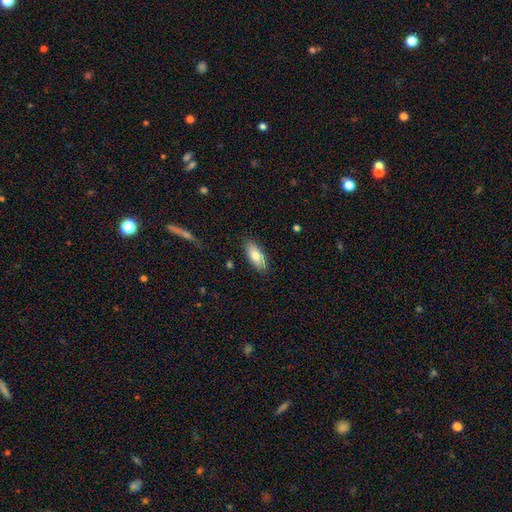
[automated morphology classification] The model was most divided on "smooth or featured": smooth: 78%, featured or disk: 16%, star or artifact: 6%. More confident: merging — none (86%); how rounded — in between (84%).